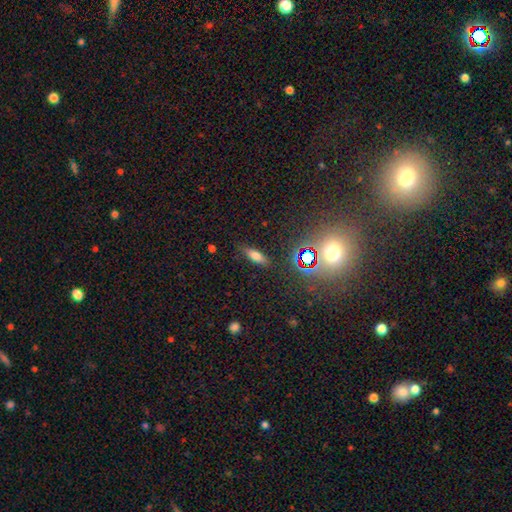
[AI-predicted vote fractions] smooth_or_featured: smooth (p=0.65) [alt: star or artifact p=0.18]
how_rounded: in between (p=0.60) [alt: cigar-shaped p=0.36]
merging: none (p=0.81) [alt: minor disturbance p=0.13]